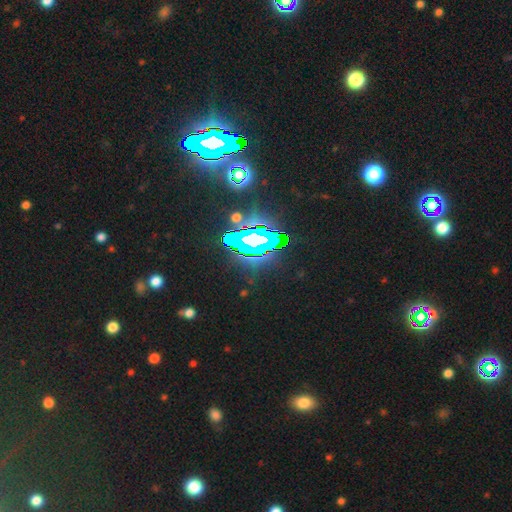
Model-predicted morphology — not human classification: This appears to be a star or artifact, not a galaxy (85%).